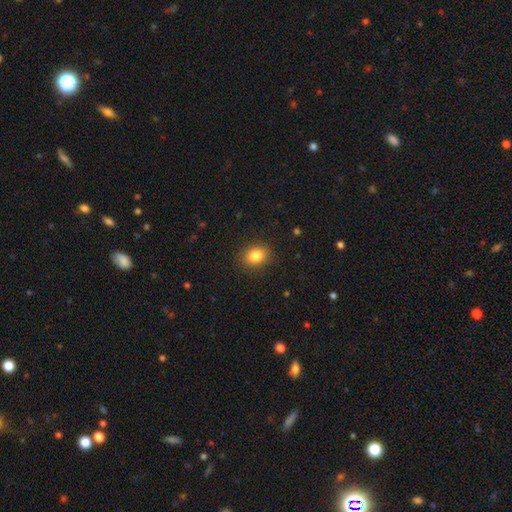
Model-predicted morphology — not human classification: smooth_or_featured: smooth (p=0.84) [alt: star or artifact p=0.10]
how_rounded: in between (p=0.57) [alt: round p=0.42]
merging: none (p=0.88) [alt: minor disturbance p=0.09]